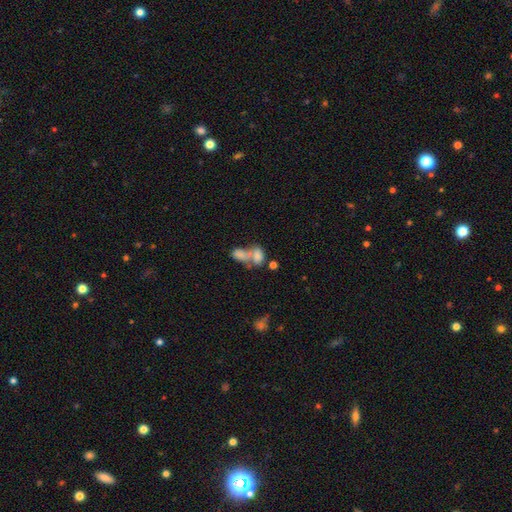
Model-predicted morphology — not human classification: type=smooth (72%); roundness=in between (87%); merging=merger (72%).